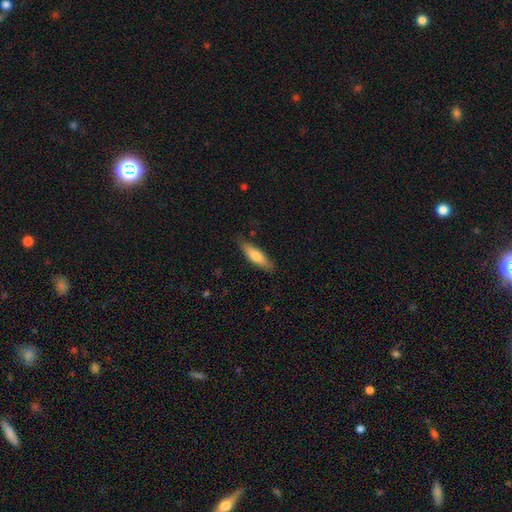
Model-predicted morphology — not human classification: type=smooth (72%); roundness=cigar-shaped (61%); merging=none (83%).